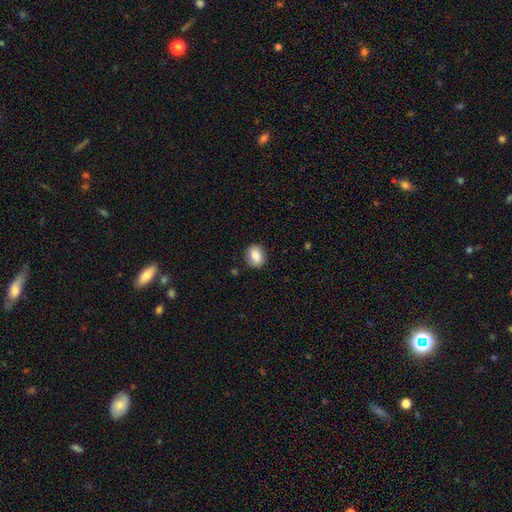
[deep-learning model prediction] smooth_or_featured: smooth (p=0.82) [alt: featured or disk p=0.09]
how_rounded: round (p=0.60) [alt: in between p=0.39]
merging: none (p=0.87) [alt: minor disturbance p=0.10]